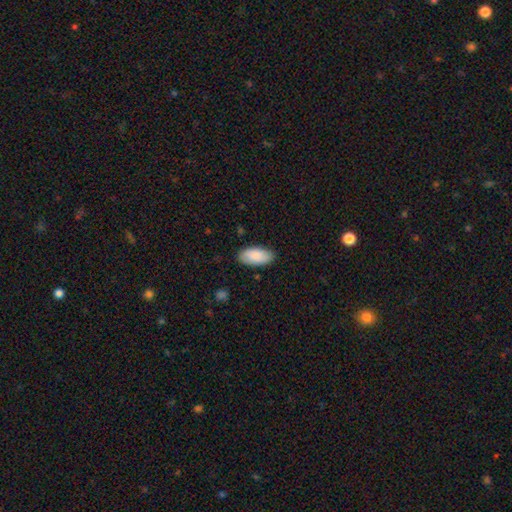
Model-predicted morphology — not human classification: smooth 88%, featured or disk 6%, star or artifact 6%. Down the decision tree: how rounded — in between (93%); merging — none (85%).